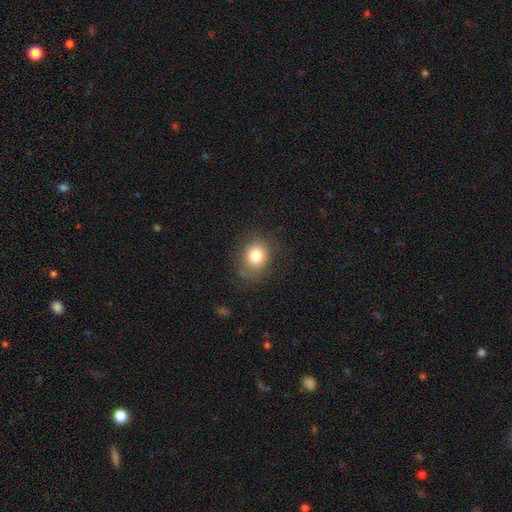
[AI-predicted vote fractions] Smooth or featured? Predicted: smooth (p=0.81). How rounded? Predicted: round (p=0.57). Merging? Predicted: none (p=0.76).